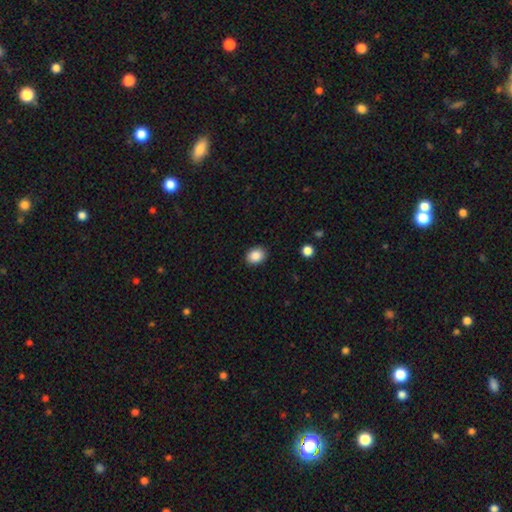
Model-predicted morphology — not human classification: This is clearly a smooth galaxy (88%). How rounded: possibly in between (59%). Merging: clearly none (89%).